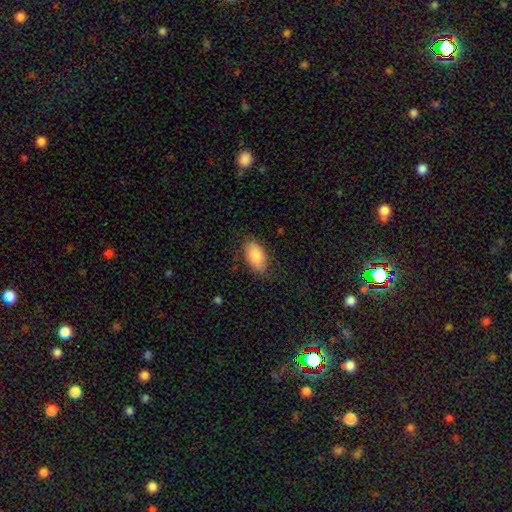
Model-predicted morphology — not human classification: Overall: smooth (84%). How rounded: in between (94%). Merging: none (79%).